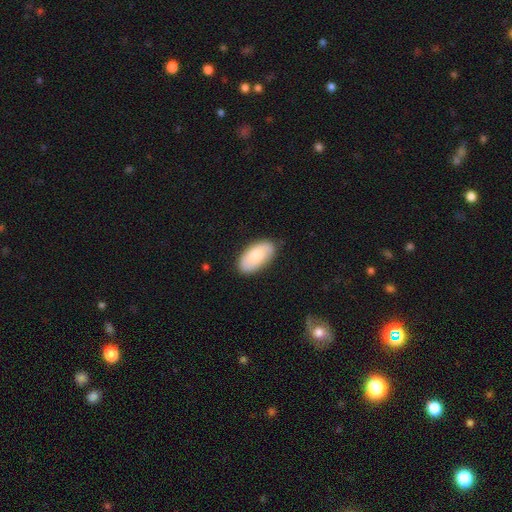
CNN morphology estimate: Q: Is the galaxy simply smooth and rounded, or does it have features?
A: smooth — 74%.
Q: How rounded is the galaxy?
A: in between — 95%.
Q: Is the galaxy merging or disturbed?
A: none — 82%.